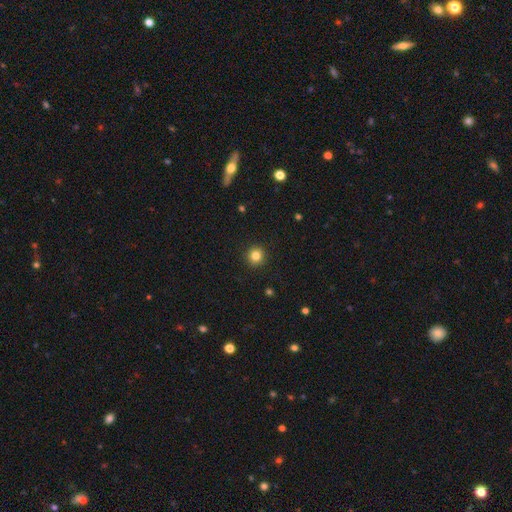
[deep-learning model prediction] Smooth or featured: smooth — 83% (star or artifact — 12%)
How rounded: round — 94% (in between — 5%)
Merging: none — 93% (minor disturbance — 5%)